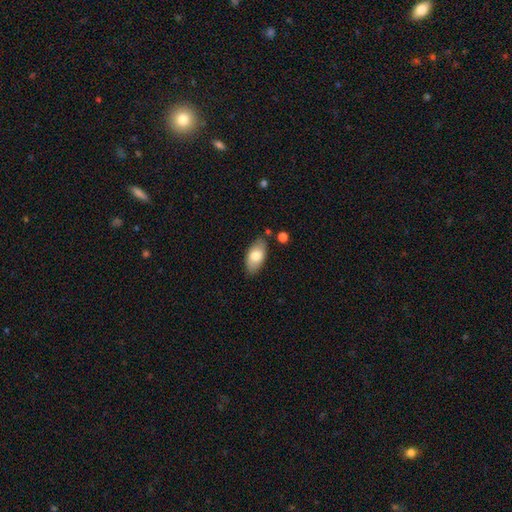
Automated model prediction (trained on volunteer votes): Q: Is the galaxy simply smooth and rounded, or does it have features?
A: smooth — 77%.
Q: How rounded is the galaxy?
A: in between — 93%.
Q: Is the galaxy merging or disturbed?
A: none — 81%.